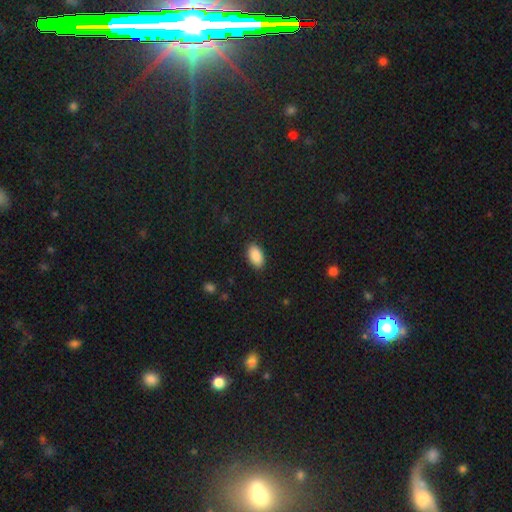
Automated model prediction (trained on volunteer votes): The model was most divided on "merging": none: 88%, minor disturbance: 9%, major disturbance: 2%, merger: 1%. More confident: how rounded — in between (94%); smooth or featured — smooth (90%).